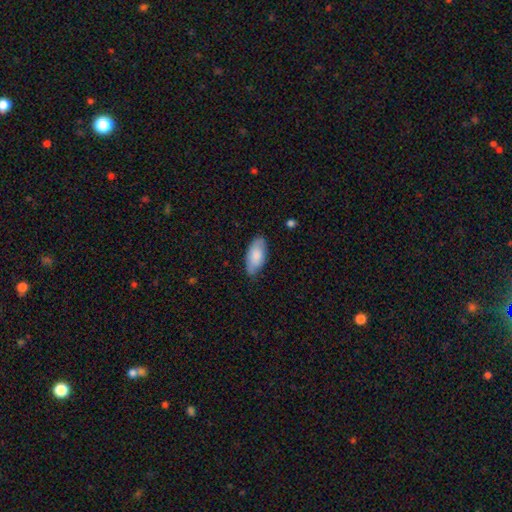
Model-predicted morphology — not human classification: This is clearly a smooth galaxy (82%). How rounded: clearly in between (91%). Merging: likely none (75%).